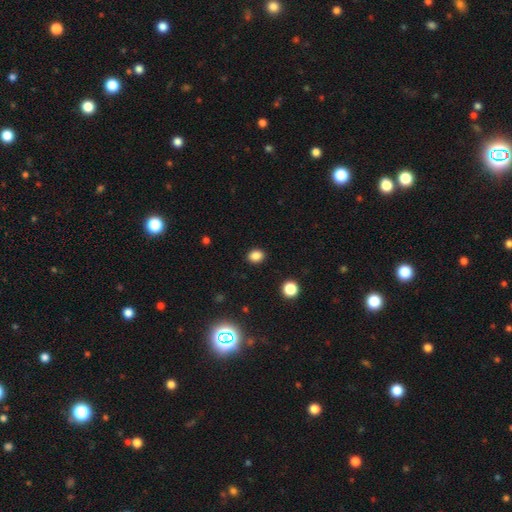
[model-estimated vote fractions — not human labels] Overall: smooth (85%). How rounded: round (56%; in between 43%). Merging: none (90%).